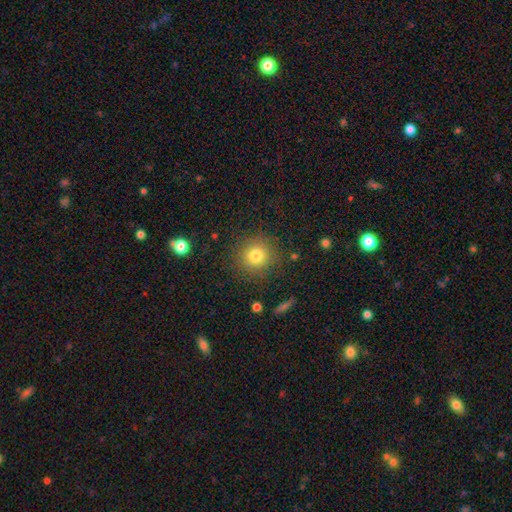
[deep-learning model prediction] Overall: smooth (79%). How rounded: round (93%). Merging: none (87%).